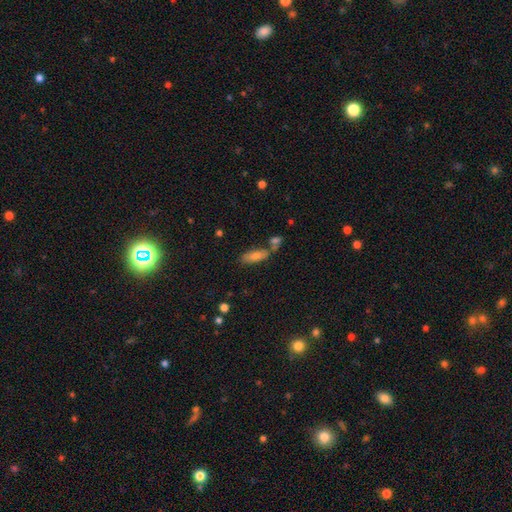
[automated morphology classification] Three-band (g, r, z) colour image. It shows a smooth galaxy with no disk features (69%) that is in between round and cigar-shaped (61%). Merging: none (61%).